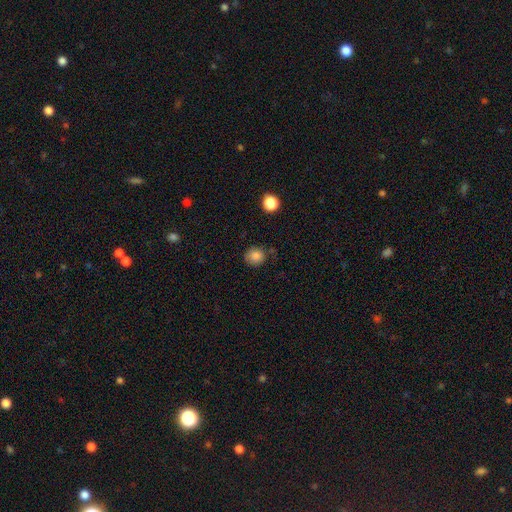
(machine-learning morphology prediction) Smooth or featured? Predicted: smooth (p=0.84). How rounded? Predicted: round (p=0.88). Merging? Predicted: none (p=0.79).